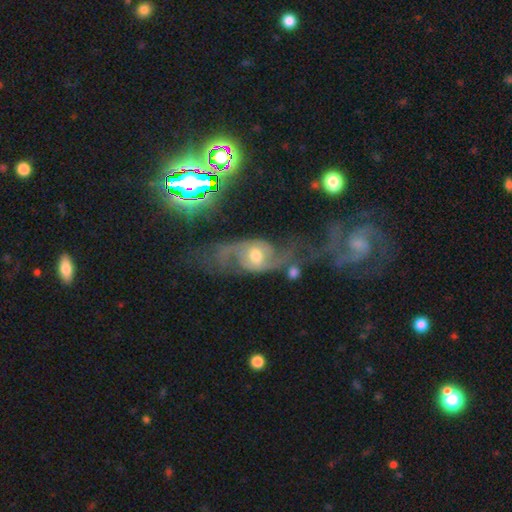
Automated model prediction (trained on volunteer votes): A featured or disk galaxy (84%) with a weak bar (45%), 2 (91%) loose (59%) spiral arms (94%) and a moderate central bulge (69%).

Vote fractions:
- Smooth or featured? featured or disk: 84% / smooth: 9% / star or artifact: 7%
- Edge-on disk? no: 95% / yes: 5%
- Bar? weak: 45% / no: 39% / strong: 16%
- Spiral arms? yes: 94% / no: 6%
- Spiral winding? loose: 59% / medium: 32% / tight: 9%
- Spiral arm count? 2: 91% / can't tell: 3% / 1: 2% / 3: 1% / 4: 1% / more than 4: 1%
- Bulge size? moderate: 69% / small: 19% / large: 10% / none: 2% / dominant: 1%
- Merging? none: 48% / major disturbance: 23% / minor disturbance: 18% / merger: 11%